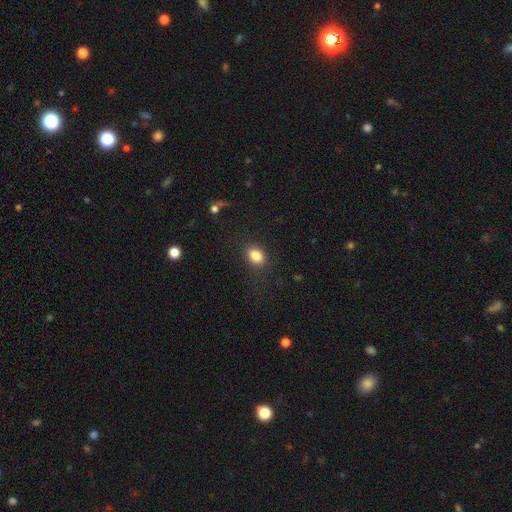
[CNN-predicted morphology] A smooth galaxy with no disk features (85%) that is in between round and cigar-shaped (73%). Merging: none (82%).